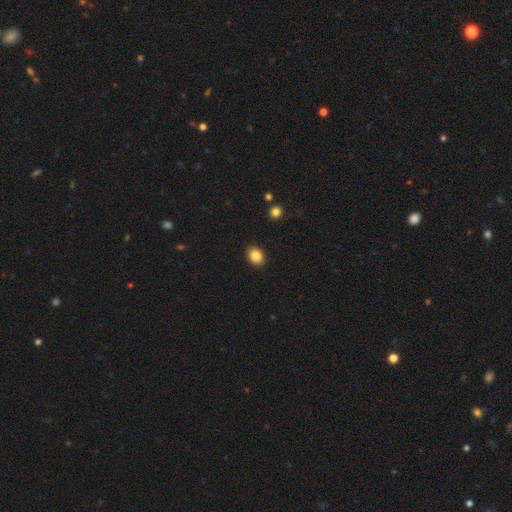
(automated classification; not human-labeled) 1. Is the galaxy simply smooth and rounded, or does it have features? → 87% smooth, 9% star or artifact, 4% featured or disk.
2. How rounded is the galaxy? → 59% in between, 40% round, 1% cigar-shaped.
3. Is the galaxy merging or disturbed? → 91% none, 6% minor disturbance, 2% major disturbance, 1% merger.